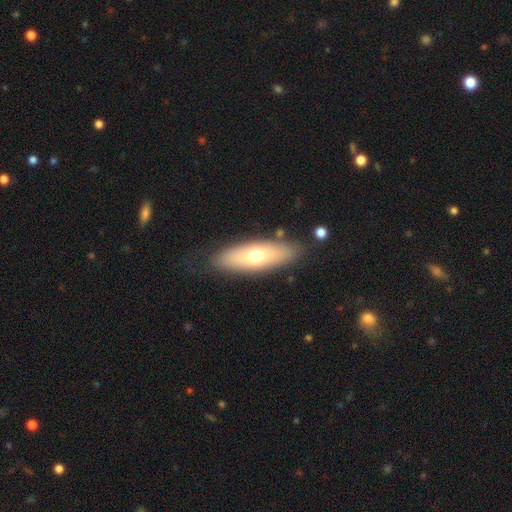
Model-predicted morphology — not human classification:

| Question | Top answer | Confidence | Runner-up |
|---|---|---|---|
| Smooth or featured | smooth | 62% | featured or disk (31%) |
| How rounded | in between | 59% | cigar-shaped (39%) |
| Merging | none | 83% | minor disturbance (11%) |